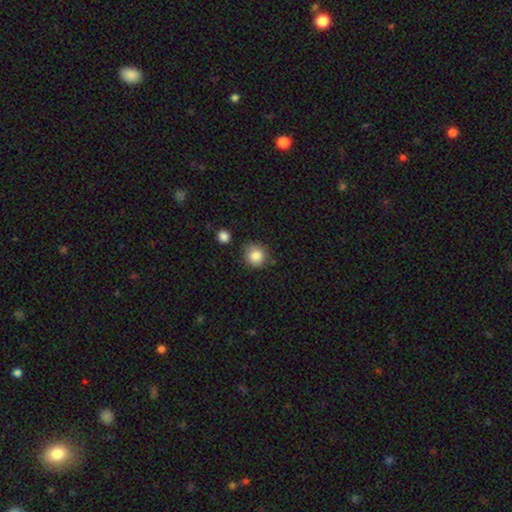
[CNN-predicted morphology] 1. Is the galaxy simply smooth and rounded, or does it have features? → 86% smooth, 9% star or artifact, 5% featured or disk.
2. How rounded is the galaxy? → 90% round, 9% in between, 1% cigar-shaped.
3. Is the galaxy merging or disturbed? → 80% none, 13% minor disturbance, 4% merger, 3% major disturbance.